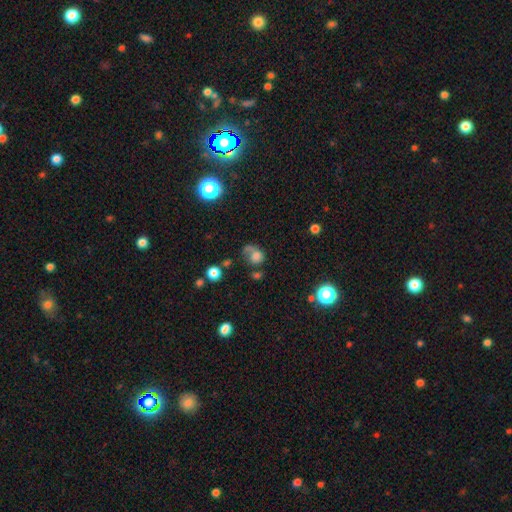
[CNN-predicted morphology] Q: Smooth or featured?
A: smooth (58%); runner-up: featured or disk (27%)
Q: How rounded?
A: round (62%); runner-up: in between (37%)
Q: Merging?
A: major disturbance (35%); runner-up: none (34%)